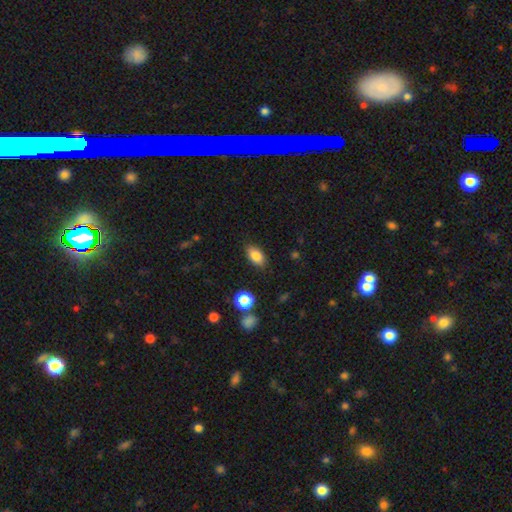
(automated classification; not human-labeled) A smooth galaxy with no disk features (84%) that is in between round and cigar-shaped (89%). Merging: none (85%).